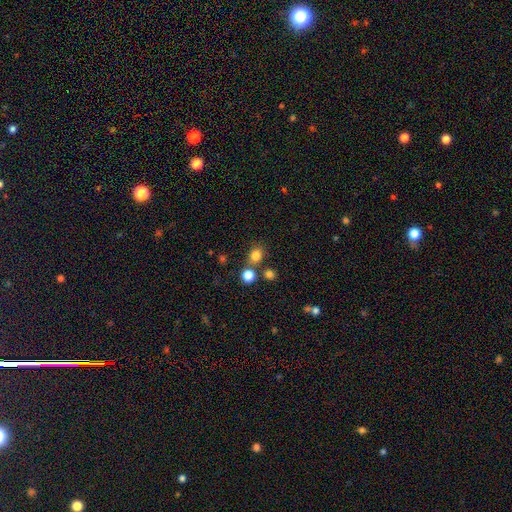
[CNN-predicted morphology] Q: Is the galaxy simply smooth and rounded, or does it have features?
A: smooth — 79%.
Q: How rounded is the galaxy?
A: round — 70%.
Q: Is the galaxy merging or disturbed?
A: none — 69%.